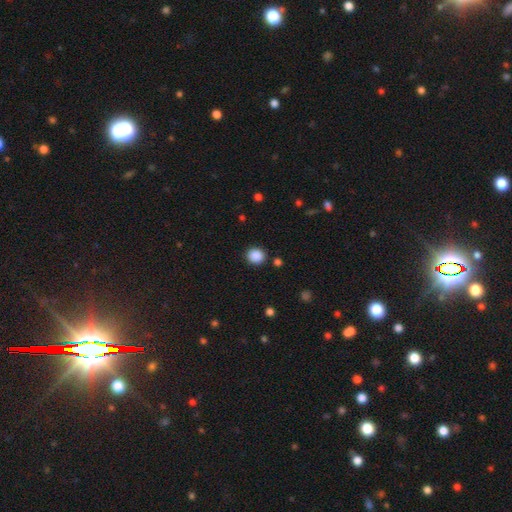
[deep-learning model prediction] Smooth or featured: smooth — 88% (star or artifact — 9%)
How rounded: round — 86% (in between — 13%)
Merging: none — 89% (minor disturbance — 7%)